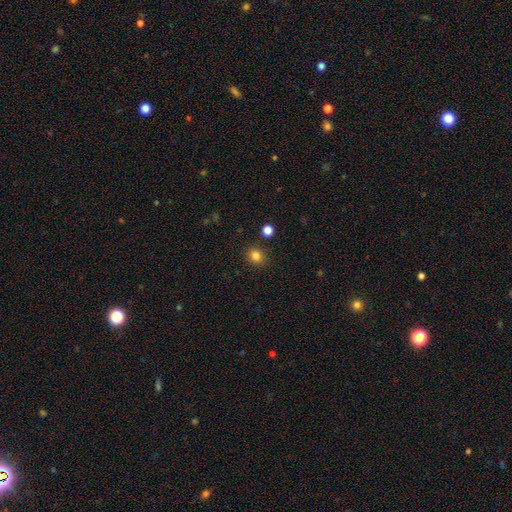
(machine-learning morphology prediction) Overall: smooth (83%). How rounded: round (72%). Merging: none (87%).